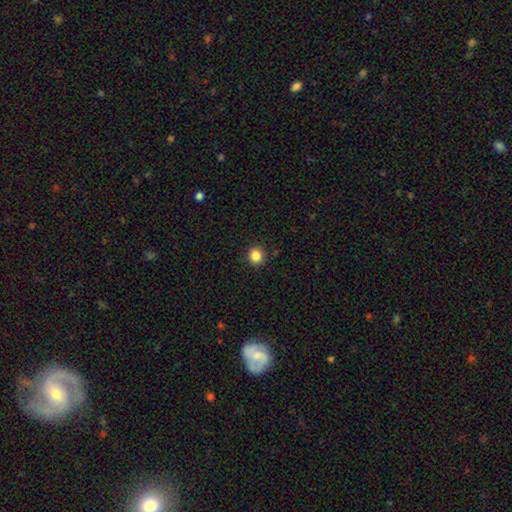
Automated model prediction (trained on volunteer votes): Smooth or featured?
  - smooth: 85% *
  - star or artifact: 11%
  - featured or disk: 4%
How rounded?
  - round: 90% *
  - in between: 9%
  - cigar-shaped: 1%
Merging?
  - none: 91% *
  - minor disturbance: 6%
  - major disturbance: 2%
  - merger: 1%